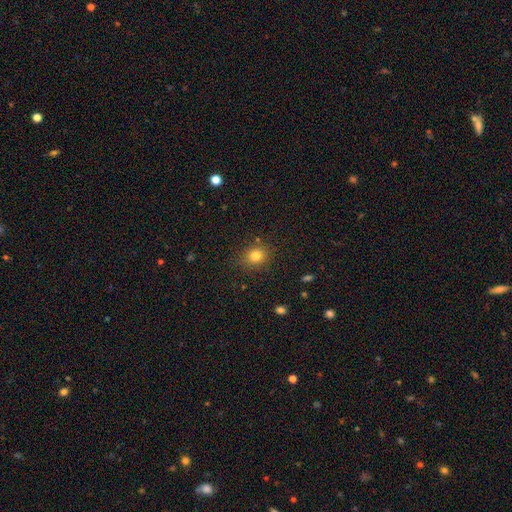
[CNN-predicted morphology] This appears to be a smooth galaxy with no disk features (80%) that is round (63%). Merging: none (82%).